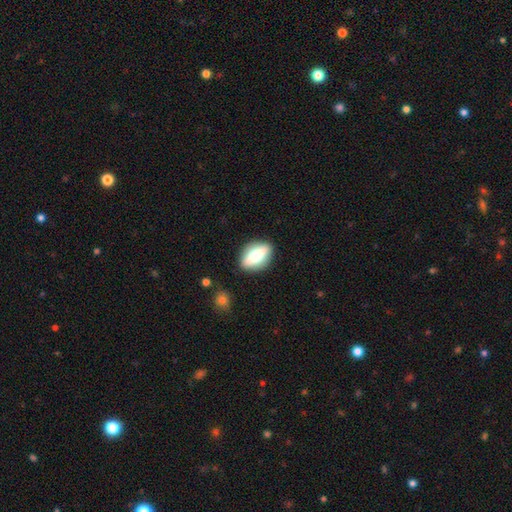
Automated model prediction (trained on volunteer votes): A smooth galaxy with no disk features (54%) that is in between round and cigar-shaped (78%). Merging: none (87%).